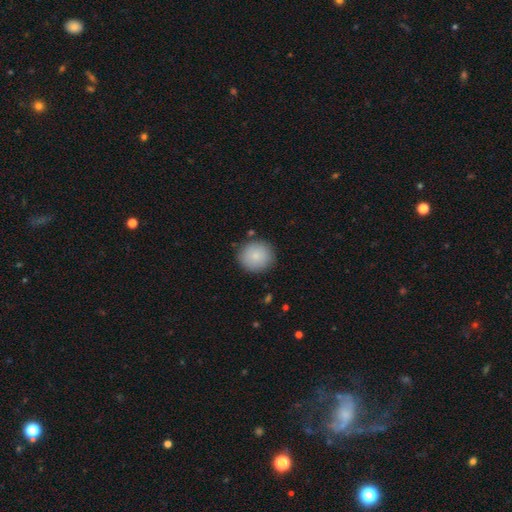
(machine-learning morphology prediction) Overall: smooth (86%). How rounded: round (89%). Merging: none (87%).